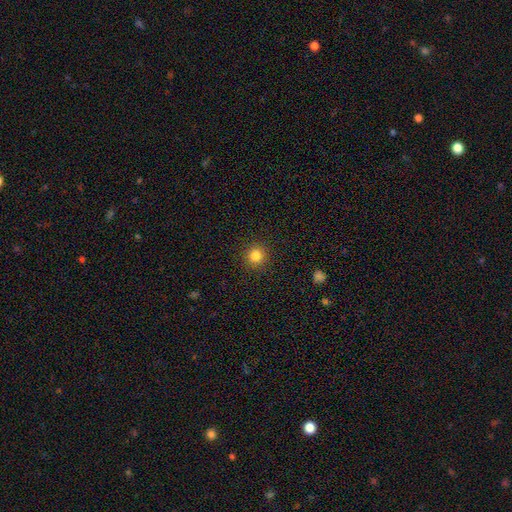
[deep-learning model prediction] A smooth galaxy with no disk features (83%) that is round (95%). Merging: none (92%).